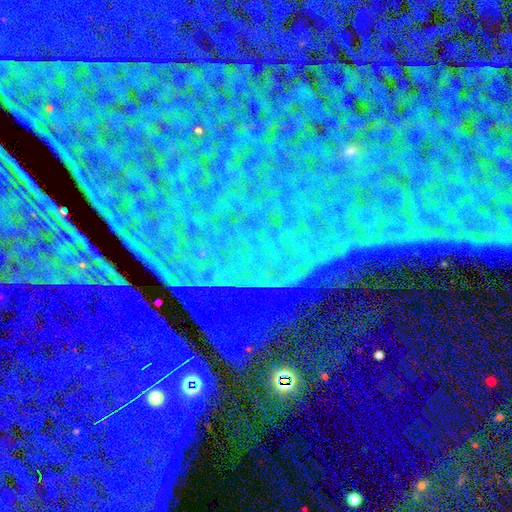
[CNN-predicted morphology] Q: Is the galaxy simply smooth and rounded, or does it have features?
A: star or artifact — 86%.